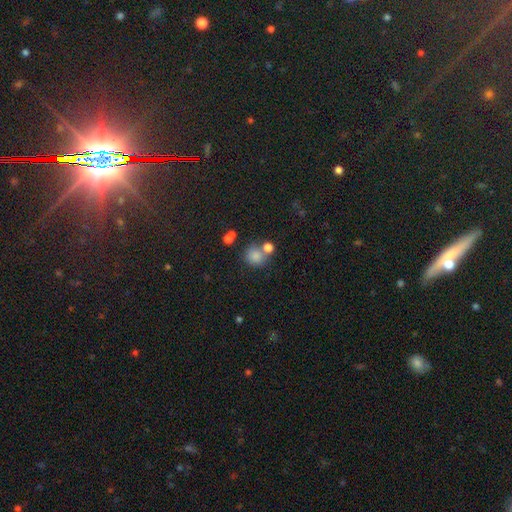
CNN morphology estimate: smooth-or-featured: smooth: 79% | star or artifact: 13% | featured or disk: 8%
  how-rounded: round: 86% | in between: 13% | cigar-shaped: 1%
  merging: none: 58% | merger: 26% | minor disturbance: 11% | major disturbance: 5%